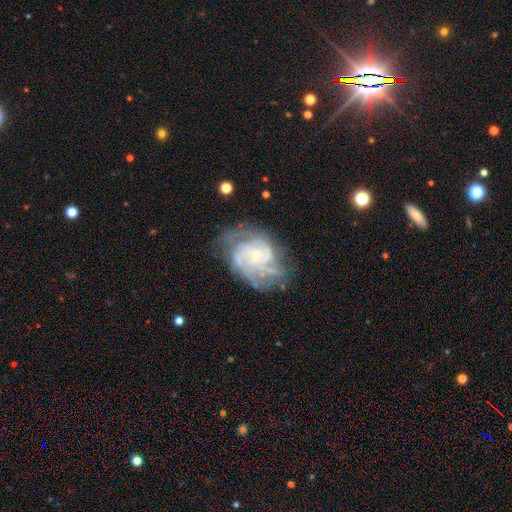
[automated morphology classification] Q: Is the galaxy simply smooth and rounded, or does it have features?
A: featured or disk — 83%.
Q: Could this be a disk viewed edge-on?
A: no — 97%.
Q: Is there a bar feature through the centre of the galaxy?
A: no — 74%.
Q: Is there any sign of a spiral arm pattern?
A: yes — 93%.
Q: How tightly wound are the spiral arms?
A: tight — 57%.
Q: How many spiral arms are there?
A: can't tell — 35%.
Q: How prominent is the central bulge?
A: small — 75%.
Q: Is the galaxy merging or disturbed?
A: none — 62%.